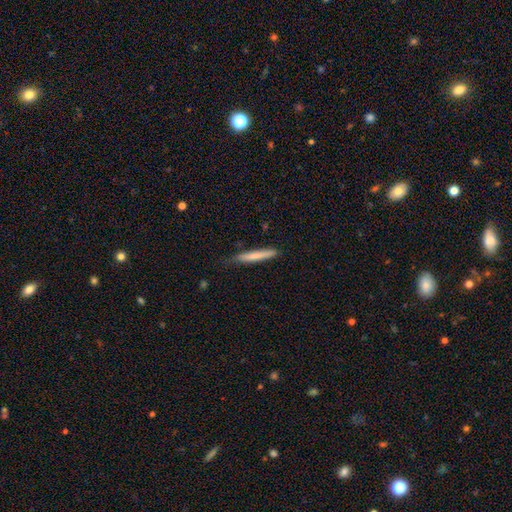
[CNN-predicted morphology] smooth-or-featured: smooth: 73% | featured or disk: 21% | star or artifact: 5%
  how-rounded: cigar-shaped: 95% | in between: 4% | round: 1%
  merging: none: 76% | minor disturbance: 20% | major disturbance: 3% | merger: 1%